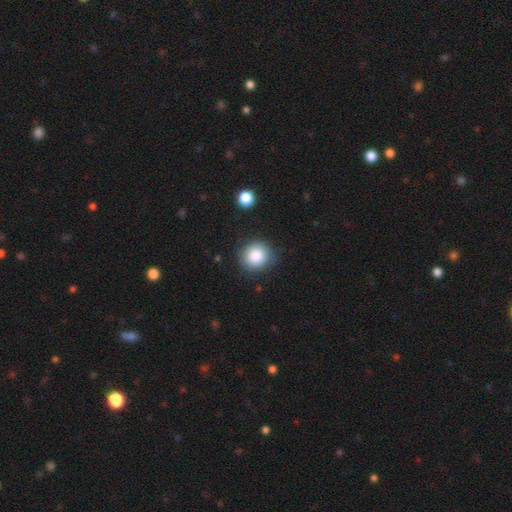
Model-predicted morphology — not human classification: The model was most divided on "how rounded": round: 86%, in between: 13%, cigar-shaped: 1%. More confident: smooth or featured — smooth (85%); merging — none (84%).